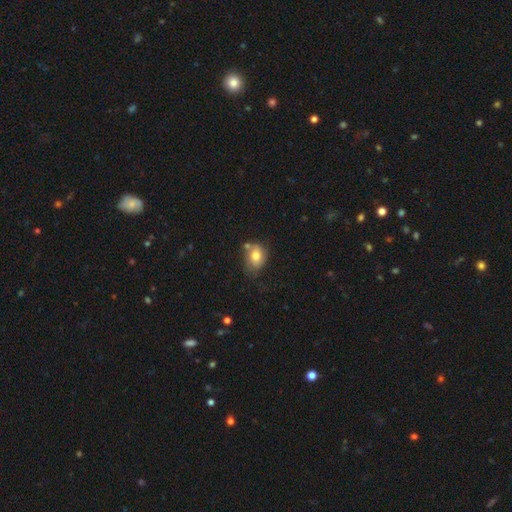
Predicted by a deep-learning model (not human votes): The model was most divided on "merging": none: 50%, minor disturbance: 27%, merger: 13%, major disturbance: 9%. More confident: smooth or featured — smooth (70%); how rounded — in between (64%).